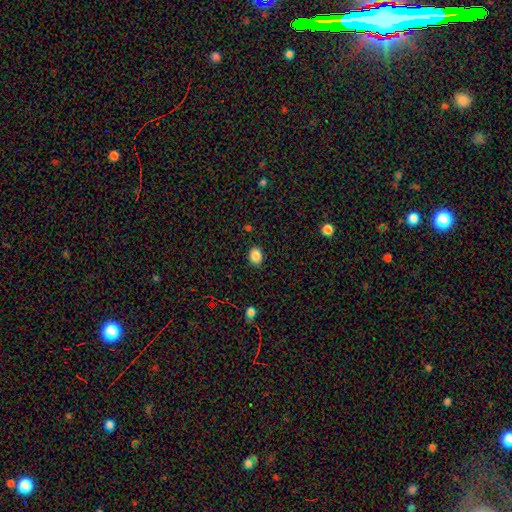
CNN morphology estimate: Smooth or featured? Predicted: smooth (p=0.87). How rounded? Predicted: in between (p=0.53). Merging? Predicted: none (p=0.87).